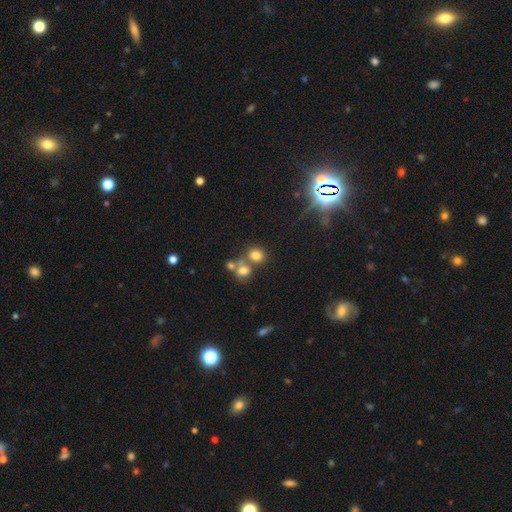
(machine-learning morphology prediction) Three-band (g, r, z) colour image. It shows a smooth galaxy with no disk features (73%) that is round (71%). Merging: none (51%).